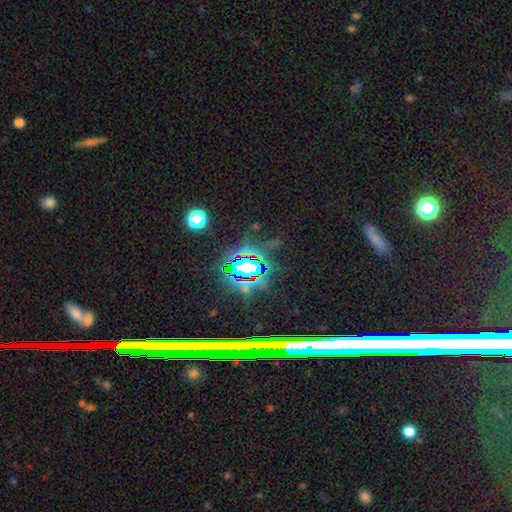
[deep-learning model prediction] Smooth or featured? star or artifact (75%)